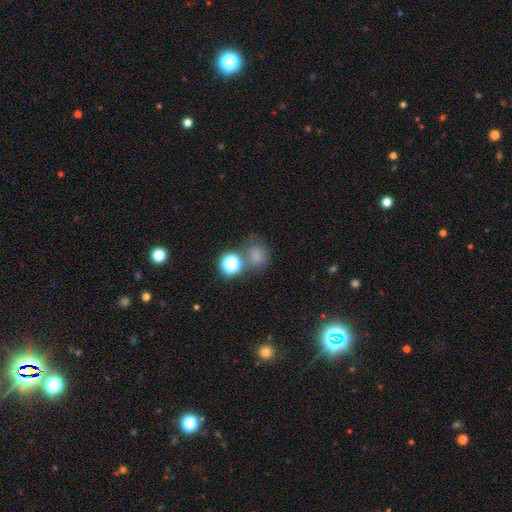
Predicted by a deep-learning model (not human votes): A smooth galaxy with no disk features (69%) that is round (72%).

Vote fractions:
- Smooth or featured? smooth: 69% / star or artifact: 22% / featured or disk: 9%
- How rounded? round: 72% / in between: 27% / cigar-shaped: 1%
- Merging? none: 57% / merger: 18% / minor disturbance: 16% / major disturbance: 9%